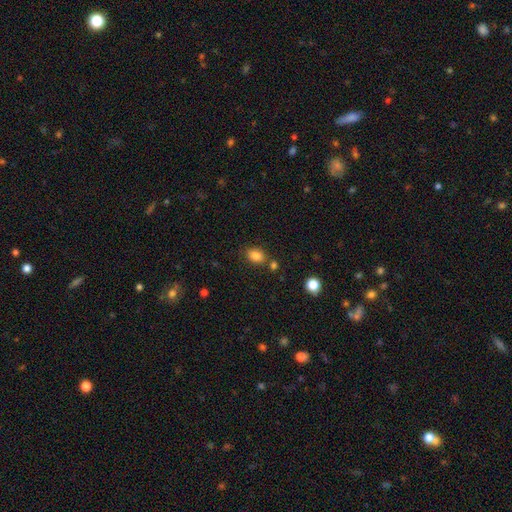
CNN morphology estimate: This is clearly a smooth galaxy (85%). How rounded: likely in between (75%). Merging: likely none (73%).